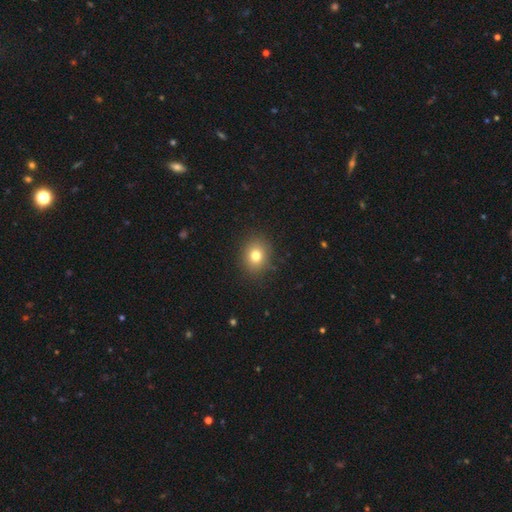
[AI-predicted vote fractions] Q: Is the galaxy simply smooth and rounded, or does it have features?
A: smooth — 77%.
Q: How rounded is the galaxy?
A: round — 68%.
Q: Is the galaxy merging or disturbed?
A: none — 88%.